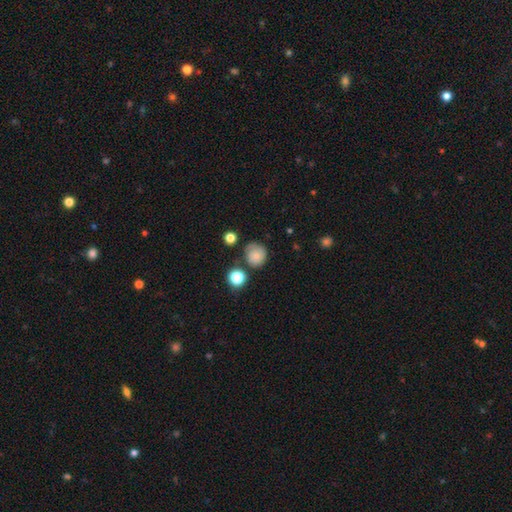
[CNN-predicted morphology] Q: Smooth or featured?
A: smooth (76%); runner-up: featured or disk (13%)
Q: How rounded?
A: round (86%); runner-up: in between (13%)
Q: Merging?
A: none (62%); runner-up: minor disturbance (24%)